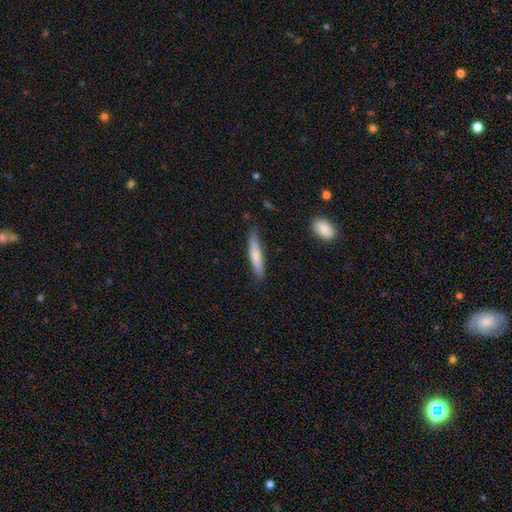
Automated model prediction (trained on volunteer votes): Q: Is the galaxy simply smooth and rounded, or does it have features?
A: smooth — 71%.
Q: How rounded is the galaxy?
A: cigar-shaped — 89%.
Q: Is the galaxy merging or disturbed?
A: none — 82%.